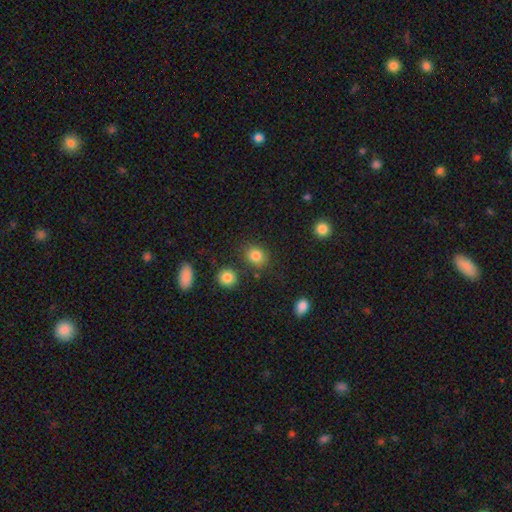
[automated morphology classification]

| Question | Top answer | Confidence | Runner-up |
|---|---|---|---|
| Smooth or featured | smooth | 83% | star or artifact (12%) |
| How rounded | round | 68% | in between (31%) |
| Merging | none | 81% | minor disturbance (10%) |